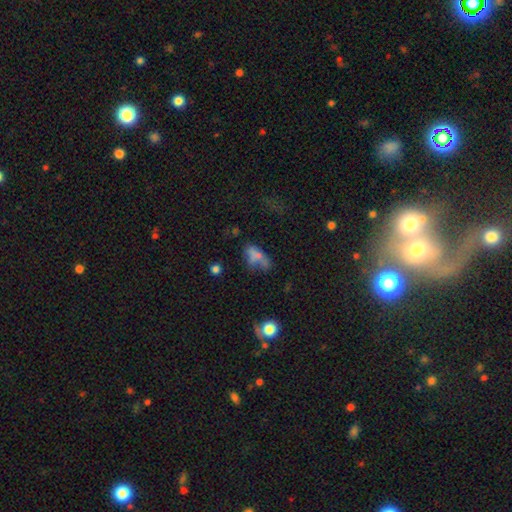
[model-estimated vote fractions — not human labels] Overall: smooth (61%; featured or disk 22%). How rounded: in between (76%). Merging: none (31%; major disturbance 25%).